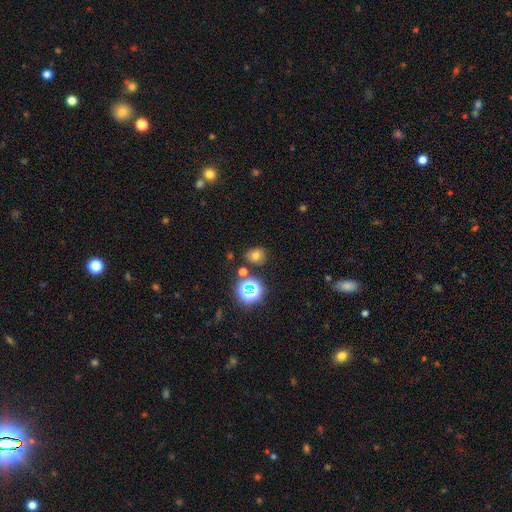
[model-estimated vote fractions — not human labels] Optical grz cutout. It shows a smooth galaxy with no disk features (66%) that is round (64%). Merging: none (79%).